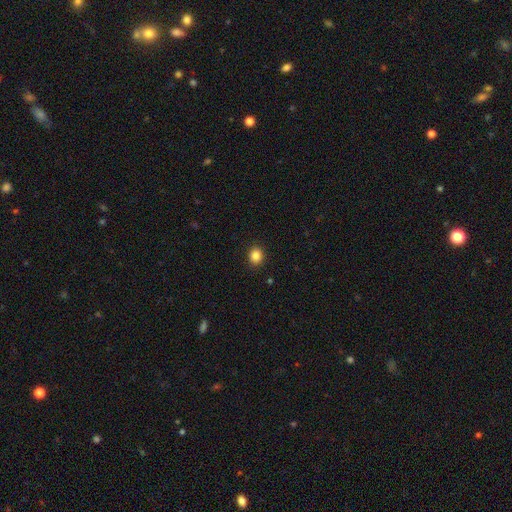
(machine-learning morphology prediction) smooth_or_featured: smooth (p=0.86) [alt: star or artifact p=0.11]
how_rounded: round (p=0.68) [alt: in between p=0.31]
merging: none (p=0.91) [alt: minor disturbance p=0.06]